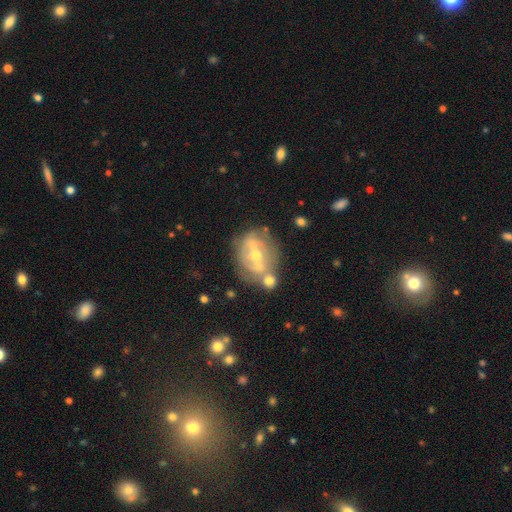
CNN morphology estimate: Smooth or featured? featured or disk (76%)
Edge-on disk? no (91%)
Bar? strong (57%)
Spiral arms? yes (58%)
Bulge size? moderate (52%)
Merging? none (54%)